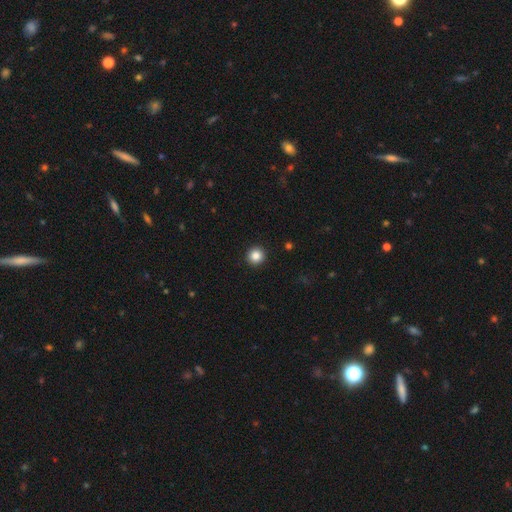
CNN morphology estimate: Q: Smooth or featured?
A: smooth (86%); runner-up: star or artifact (10%)
Q: How rounded?
A: round (96%); runner-up: in between (3%)
Q: Merging?
A: none (94%); runner-up: minor disturbance (4%)